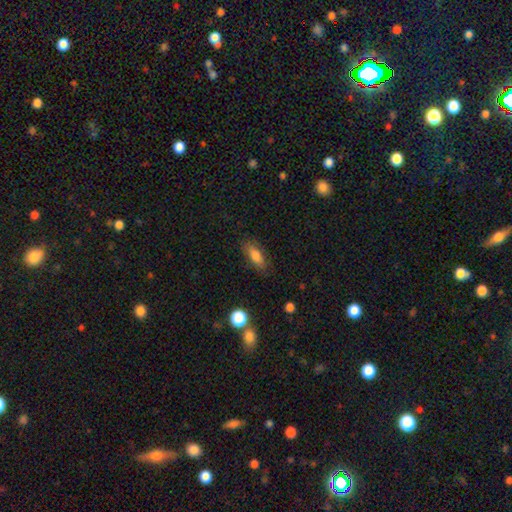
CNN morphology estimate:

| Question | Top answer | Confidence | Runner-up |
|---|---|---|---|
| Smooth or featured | smooth | 78% | featured or disk (14%) |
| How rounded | in between | 73% | cigar-shaped (23%) |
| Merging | none | 81% | minor disturbance (14%) |